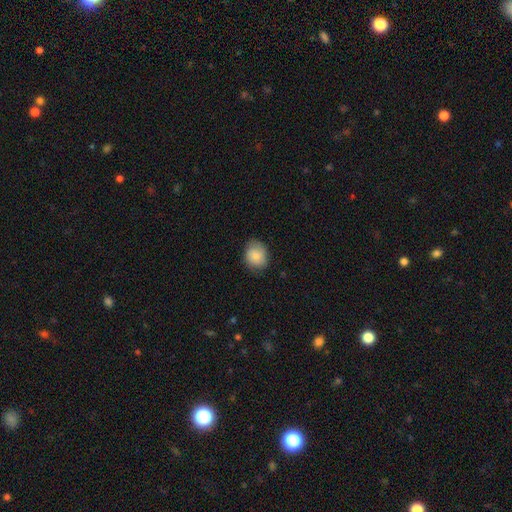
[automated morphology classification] Q: Smooth or featured?
A: smooth (81%); runner-up: featured or disk (12%)
Q: How rounded?
A: round (55%); runner-up: in between (44%)
Q: Merging?
A: none (76%); runner-up: minor disturbance (19%)